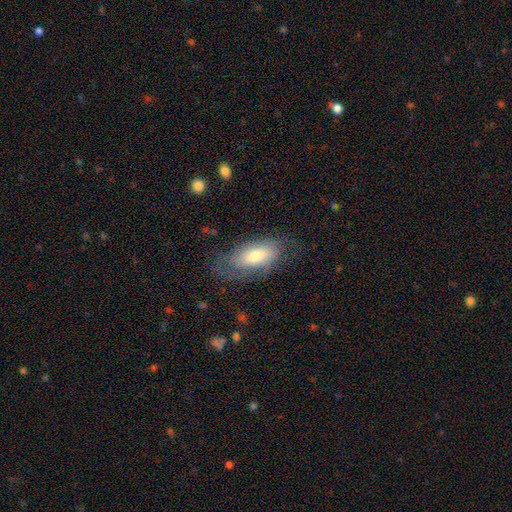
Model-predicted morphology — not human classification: Smooth or featured? Predicted: smooth (p=0.58). How rounded? Predicted: in between (p=0.88). Merging? Predicted: none (p=0.62).